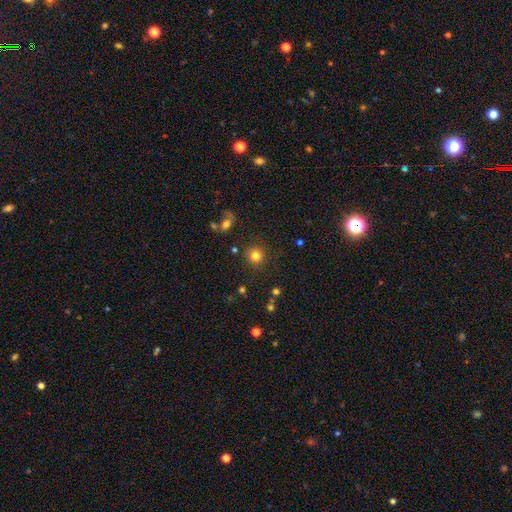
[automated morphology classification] Q: Smooth or featured?
A: smooth (80%); runner-up: star or artifact (14%)
Q: How rounded?
A: round (93%); runner-up: in between (6%)
Q: Merging?
A: none (87%); runner-up: minor disturbance (7%)